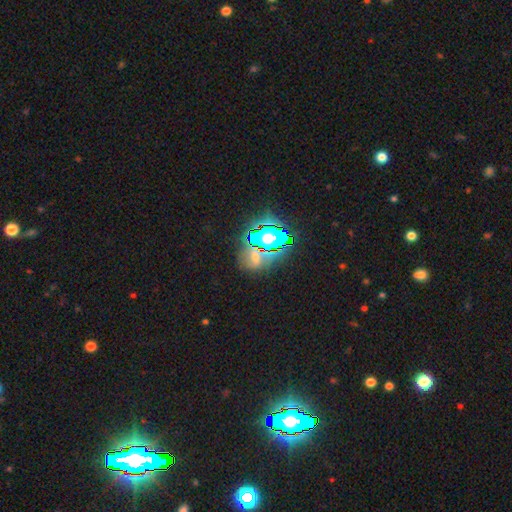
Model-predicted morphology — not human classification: The model was most divided on "smooth or featured": star or artifact: 64%, smooth: 23%, featured or disk: 13%.